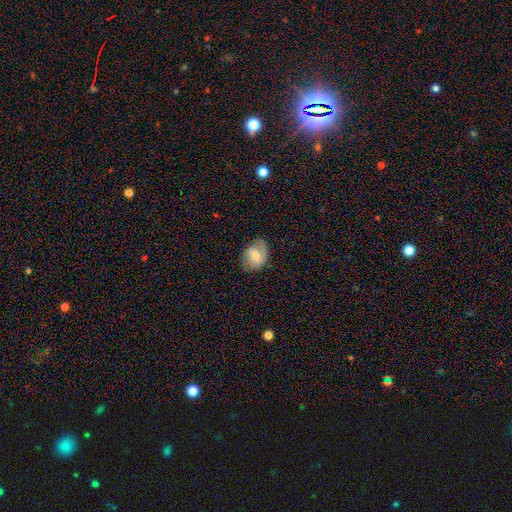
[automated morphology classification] Smooth or featured: featured or disk — 56% (smooth — 37%)
Edge-on disk: no — 96% (yes — 4%)
Bar: weak — 50% (no — 34%)
Spiral arms: yes — 86% (no — 14%)
Bulge size: moderate — 54% (small — 36%)
Merging: none — 72% (minor disturbance — 20%)